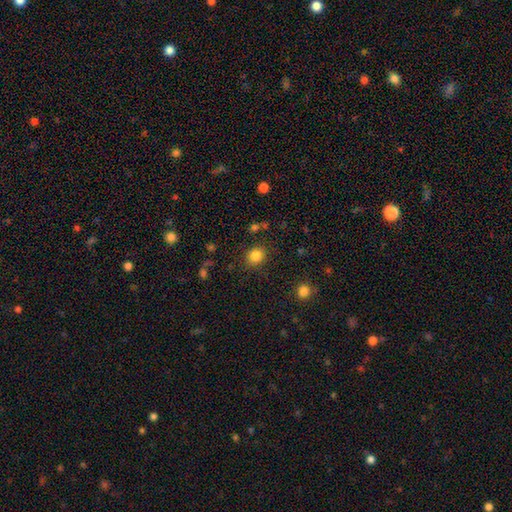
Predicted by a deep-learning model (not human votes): A smooth galaxy with no disk features (83%) that is round (69%). Merging: none (85%).